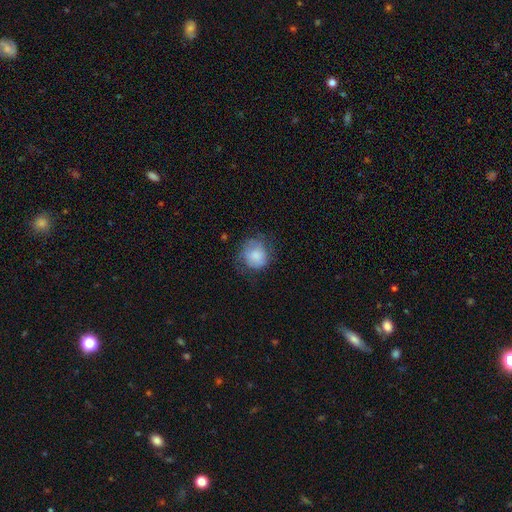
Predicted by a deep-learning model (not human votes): smooth_or_featured: smooth (p=0.72) [alt: featured or disk p=0.20]
how_rounded: round (p=0.81) [alt: in between p=0.18]
merging: none (p=0.56) [alt: minor disturbance p=0.27]